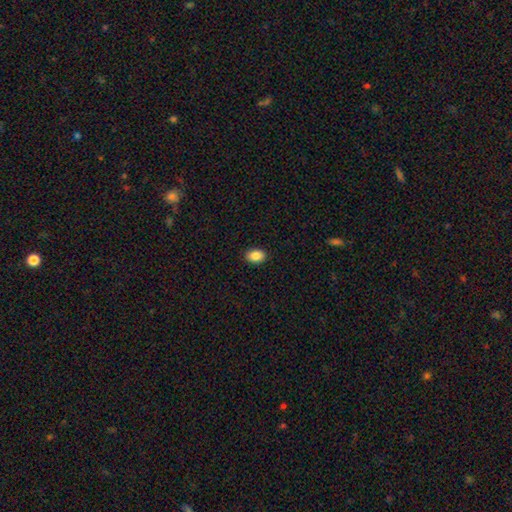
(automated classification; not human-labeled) The model was most divided on "how rounded": in between: 79%, round: 20%, cigar-shaped: 1%. More confident: merging — none (90%); smooth or featured — smooth (87%).